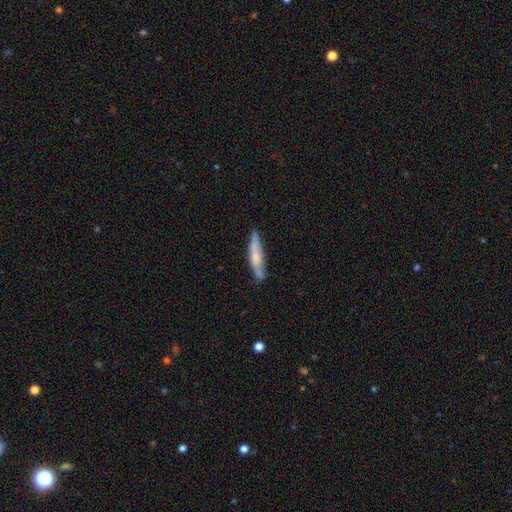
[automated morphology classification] A smooth galaxy with no disk features (54%) that is cigar-shaped (88%).

Vote fractions:
- Smooth or featured? smooth: 54% / featured or disk: 40% / star or artifact: 6%
- How rounded? cigar-shaped: 88% / in between: 11% / round: 1%
- Merging? none: 74% / minor disturbance: 19% / major disturbance: 4% / merger: 3%